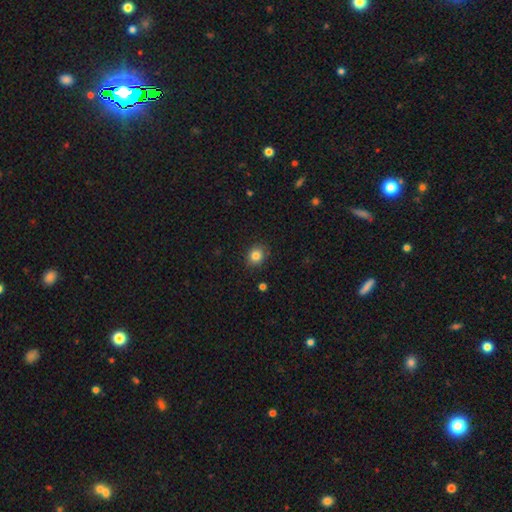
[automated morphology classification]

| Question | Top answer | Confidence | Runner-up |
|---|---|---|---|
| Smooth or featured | smooth | 83% | star or artifact (11%) |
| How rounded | round | 76% | in between (23%) |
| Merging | none | 86% | minor disturbance (11%) |